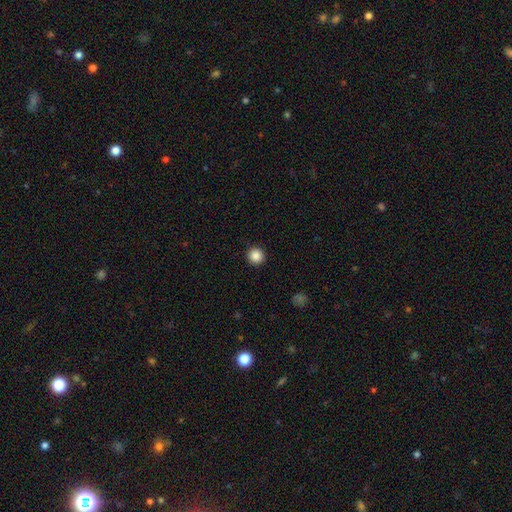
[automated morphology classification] The model was most divided on "smooth or featured": smooth: 87%, star or artifact: 10%, featured or disk: 3%. More confident: how rounded — round (96%); merging — none (93%).